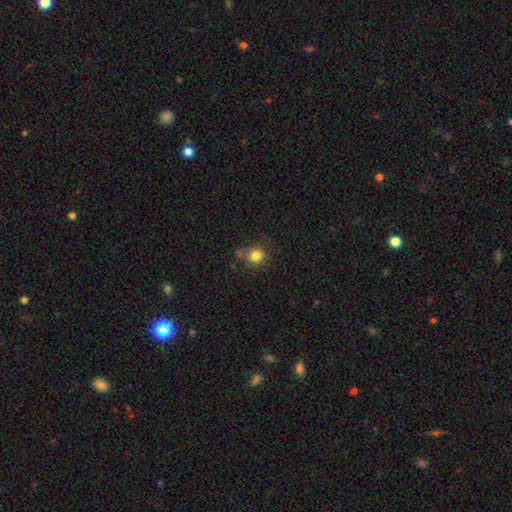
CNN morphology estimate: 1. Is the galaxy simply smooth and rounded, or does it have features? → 81% smooth, 12% star or artifact, 7% featured or disk.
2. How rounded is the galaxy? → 85% round, 14% in between, 1% cigar-shaped.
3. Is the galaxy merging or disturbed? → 66% none, 18% minor disturbance, 9% merger, 7% major disturbance.